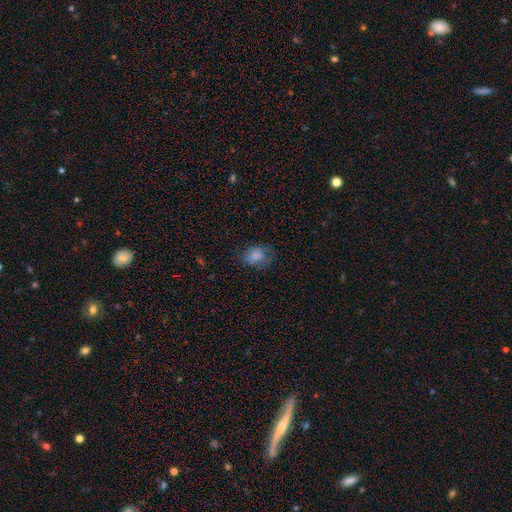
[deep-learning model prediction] smooth 79%, featured or disk 11%, star or artifact 10%. Down the decision tree: how rounded — in between (66%); merging — none (64%).